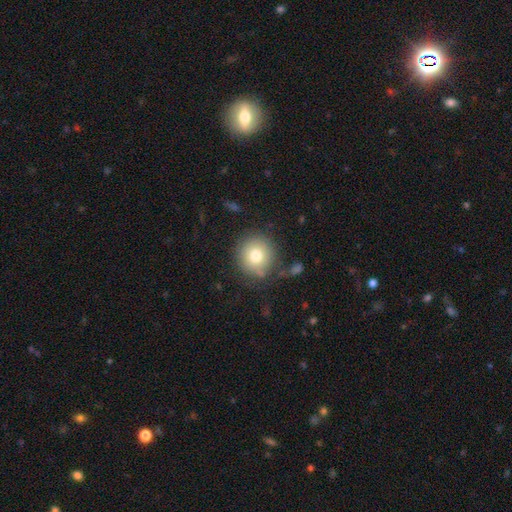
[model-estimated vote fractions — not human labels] smooth_or_featured: smooth (p=0.77) [alt: featured or disk p=0.13]
how_rounded: round (p=0.92) [alt: in between p=0.07]
merging: none (p=0.80) [alt: minor disturbance p=0.12]